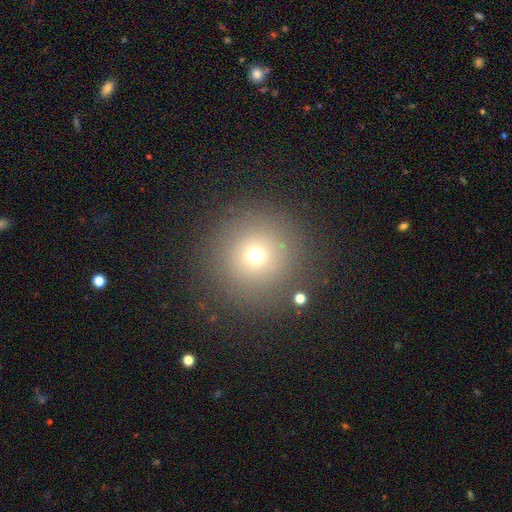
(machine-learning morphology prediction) This appears to be a smooth galaxy with no disk features (68%) that is round (95%). Merging: none (86%).